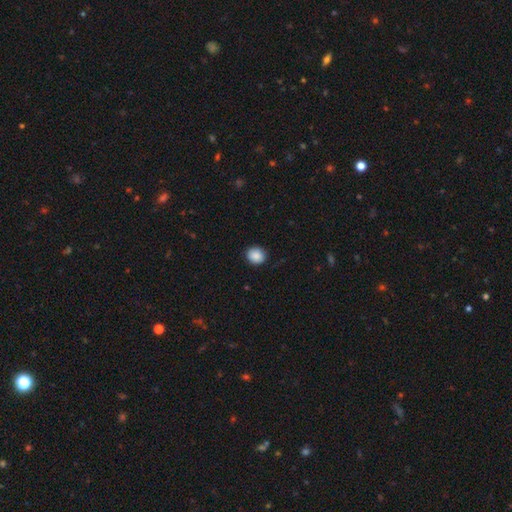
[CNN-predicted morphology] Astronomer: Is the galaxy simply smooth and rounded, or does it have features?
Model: smooth — 88%.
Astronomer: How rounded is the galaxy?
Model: round — 79%.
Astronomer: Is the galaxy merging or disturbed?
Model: none — 87%.